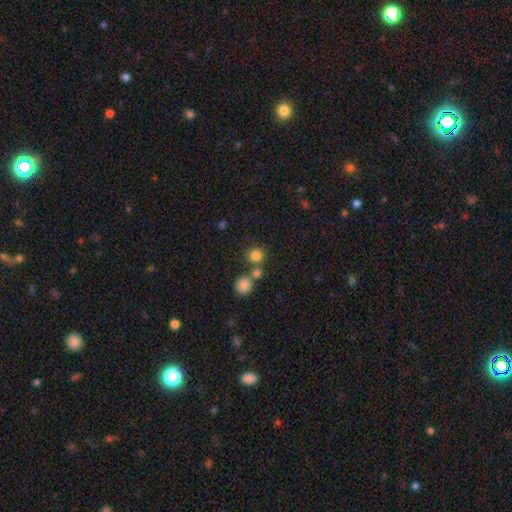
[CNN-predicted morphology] Smooth or featured?
  - smooth: 81% *
  - star or artifact: 13%
  - featured or disk: 6%
How rounded?
  - round: 89% *
  - in between: 10%
  - cigar-shaped: 1%
Merging?
  - none: 65% *
  - merger: 24%
  - minor disturbance: 7%
  - major disturbance: 3%